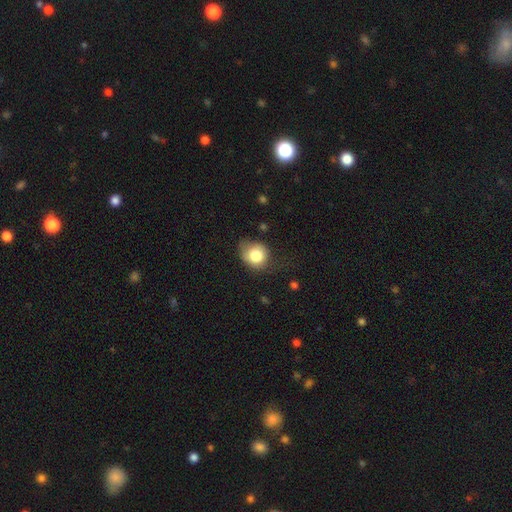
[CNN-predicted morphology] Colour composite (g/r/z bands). It shows a smooth galaxy with no disk features (81%) that is round (70%). Merging: none (48%).